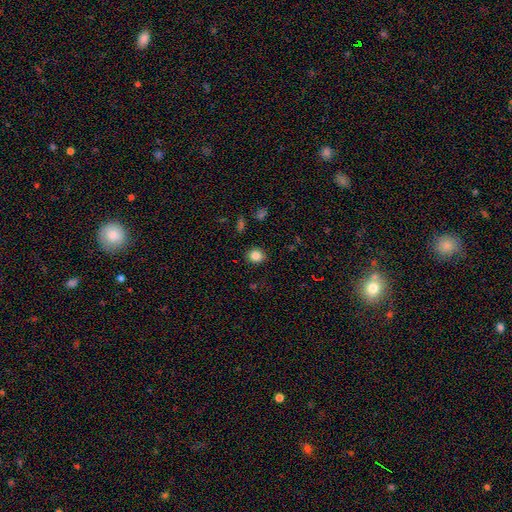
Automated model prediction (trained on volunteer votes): A smooth galaxy with no disk features (83%) that is round (76%).

Vote fractions:
- Smooth or featured? smooth: 83% / star or artifact: 11% / featured or disk: 6%
- How rounded? round: 76% / in between: 23% / cigar-shaped: 1%
- Merging? none: 88% / minor disturbance: 8% / major disturbance: 2% / merger: 1%